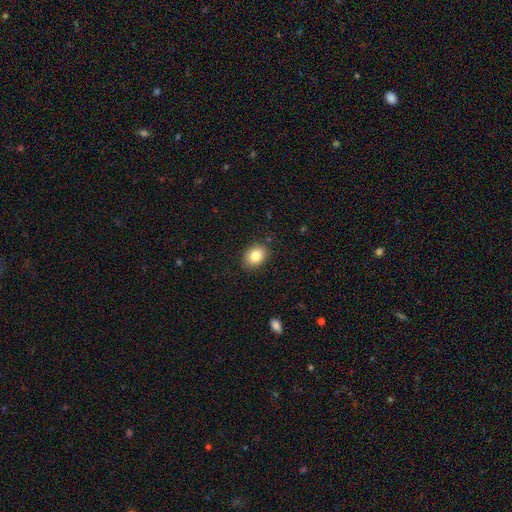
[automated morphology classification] smooth-or-featured: smooth: 83% | star or artifact: 9% | featured or disk: 8%
  how-rounded: in between: 62% | round: 37% | cigar-shaped: 1%
  merging: none: 87% | minor disturbance: 9% | major disturbance: 2% | merger: 1%